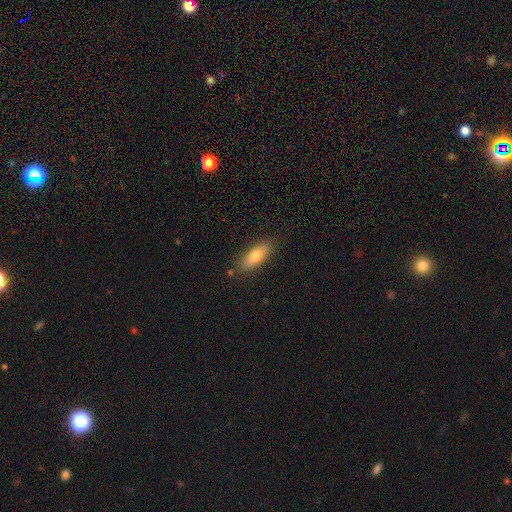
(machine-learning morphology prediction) smooth-or-featured: smooth: 71% | featured or disk: 22% | star or artifact: 7%
  how-rounded: in between: 61% | cigar-shaped: 36% | round: 3%
  merging: none: 84% | minor disturbance: 12% | major disturbance: 2% | merger: 2%